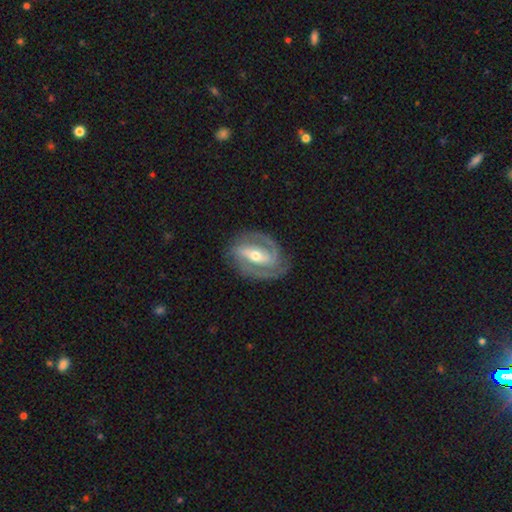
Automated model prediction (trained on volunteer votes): A featured or disk galaxy (88%) with a strong bar (51%), 2 (77%) tight (52%) spiral arms (96%) and a moderate central bulge (65%).

Vote fractions:
- Smooth or featured? featured or disk: 88% / smooth: 7% / star or artifact: 4%
- Edge-on disk? no: 96% / yes: 4%
- Bar? strong: 51% / weak: 32% / no: 18%
- Spiral arms? yes: 96% / no: 4%
- Spiral winding? tight: 52% / medium: 39% / loose: 8%
- Spiral arm count? 2: 77% / 3: 10% / can't tell: 6% / 1: 3% / 4: 2% / more than 4: 2%
- Bulge size? moderate: 65% / small: 30% / large: 4% / none: 1% / dominant: 1%
- Merging? none: 79% / minor disturbance: 14% / major disturbance: 5% / merger: 1%